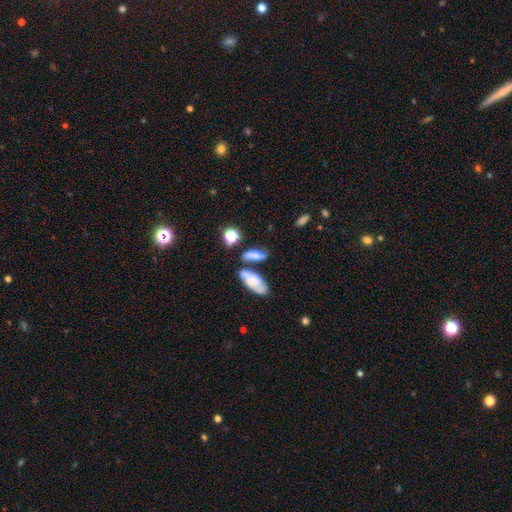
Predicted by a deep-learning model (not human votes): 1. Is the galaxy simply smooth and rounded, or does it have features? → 59% smooth, 30% featured or disk, 10% star or artifact.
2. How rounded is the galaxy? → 64% in between, 29% cigar-shaped, 7% round.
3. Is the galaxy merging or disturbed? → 48% none, 28% merger, 17% minor disturbance, 7% major disturbance.